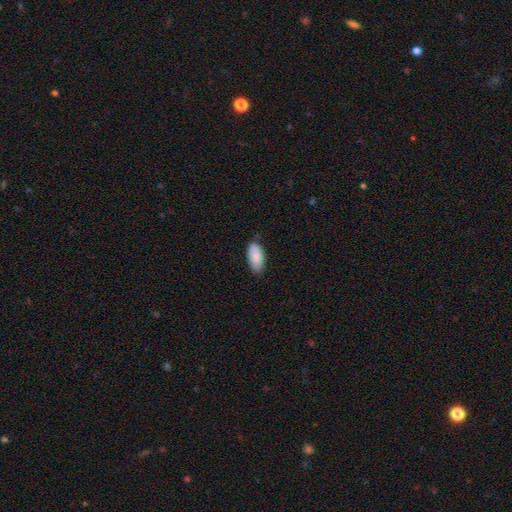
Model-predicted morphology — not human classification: This appears to be a smooth galaxy with no disk features (88%) that is in between round and cigar-shaped (93%). Merging: none (80%).